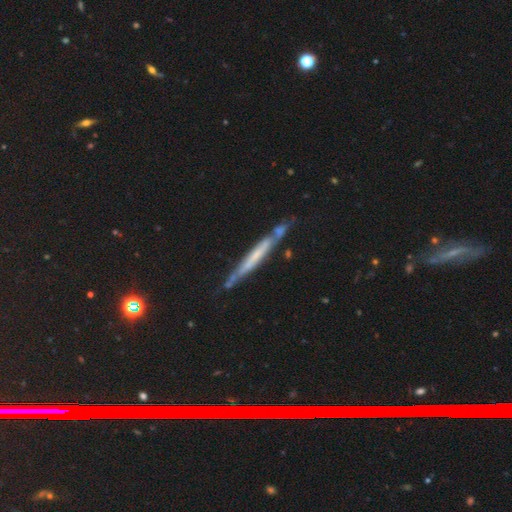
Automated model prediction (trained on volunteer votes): This appears to be a featured or disk galaxy (61%) viewed edge-on (89%) with no central bulge (75%). Merging: none (68%).